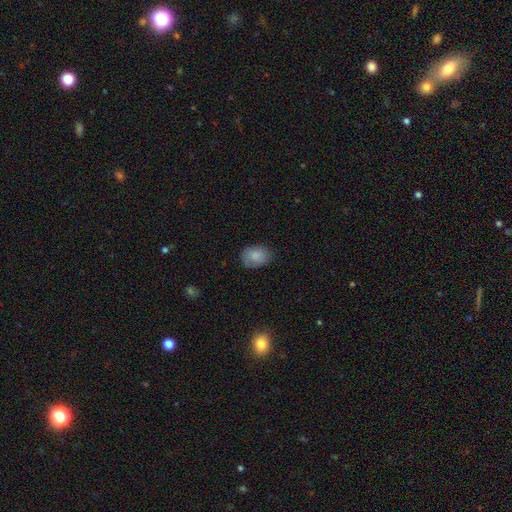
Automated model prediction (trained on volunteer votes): This appears to be a smooth galaxy with no disk features (84%) that is in between round and cigar-shaped (71%). Merging: none (74%).